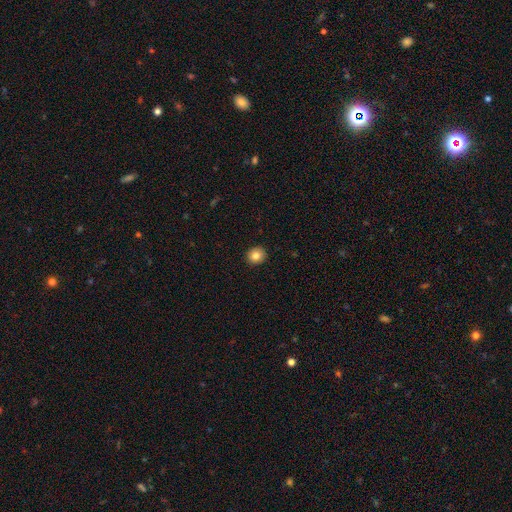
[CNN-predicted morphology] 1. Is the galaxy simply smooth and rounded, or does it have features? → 83% smooth, 10% star or artifact, 7% featured or disk.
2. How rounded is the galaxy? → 87% round, 13% in between, 1% cigar-shaped.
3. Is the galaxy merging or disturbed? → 92% none, 5% minor disturbance, 1% major disturbance, 1% merger.